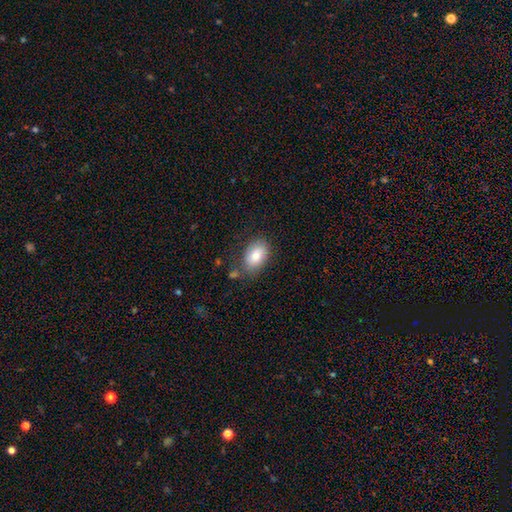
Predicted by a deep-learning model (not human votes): smooth_or_featured: smooth (p=0.82) [alt: featured or disk p=0.10]
how_rounded: in between (p=0.87) [alt: round p=0.12]
merging: none (p=0.72) [alt: minor disturbance p=0.17]